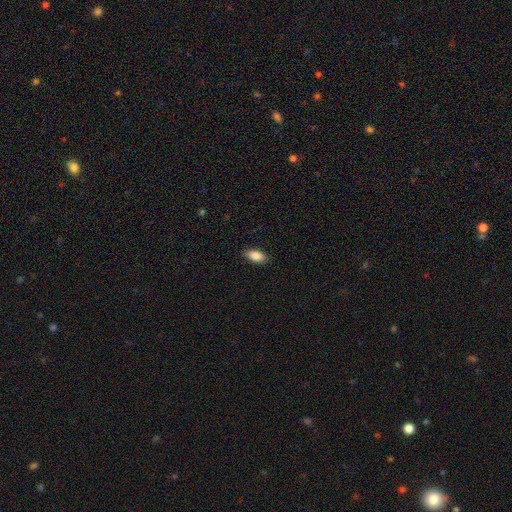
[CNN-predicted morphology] Overall: smooth (88%). How rounded: in between (87%). Merging: none (88%).